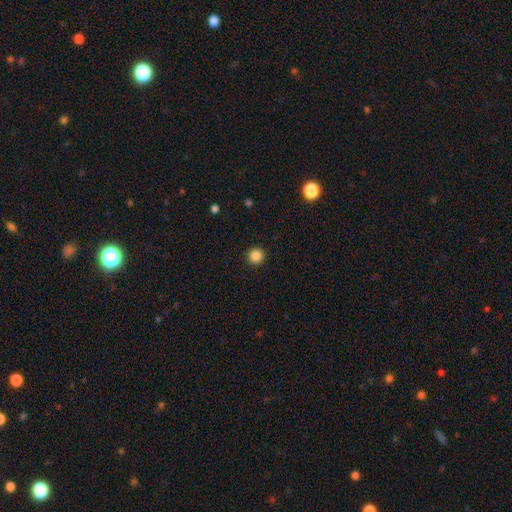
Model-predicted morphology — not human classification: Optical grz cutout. It shows a smooth galaxy with no disk features (85%) that is round (96%). Merging: none (93%).